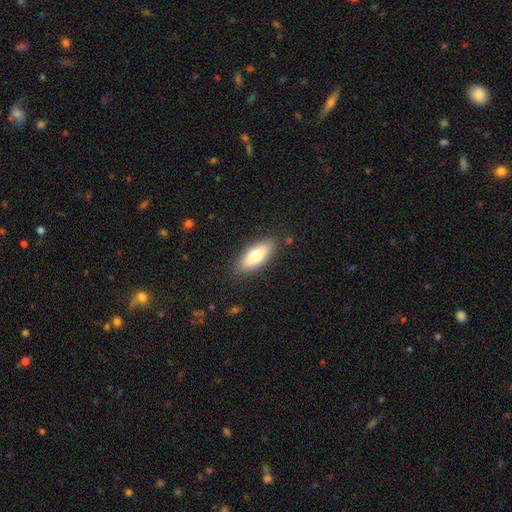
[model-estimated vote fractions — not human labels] Smooth or featured? Predicted: smooth (p=0.71). How rounded? Predicted: in between (p=0.80). Merging? Predicted: none (p=0.85).